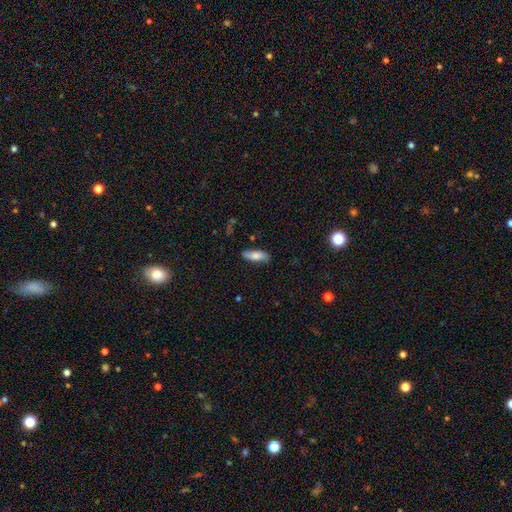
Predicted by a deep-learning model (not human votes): A smooth galaxy with no disk features (74%) that is in between round and cigar-shaped (66%).

Vote fractions:
- Smooth or featured? smooth: 74% / featured or disk: 20% / star or artifact: 7%
- How rounded? in between: 66% / cigar-shaped: 32% / round: 2%
- Merging? none: 80% / minor disturbance: 15% / major disturbance: 3% / merger: 2%